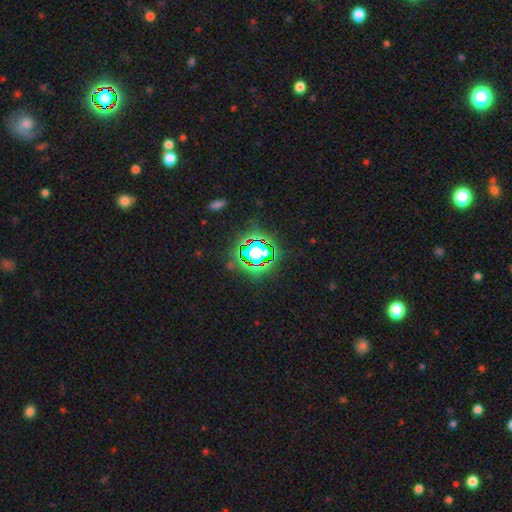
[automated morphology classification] Overall: star or artifact (78%).